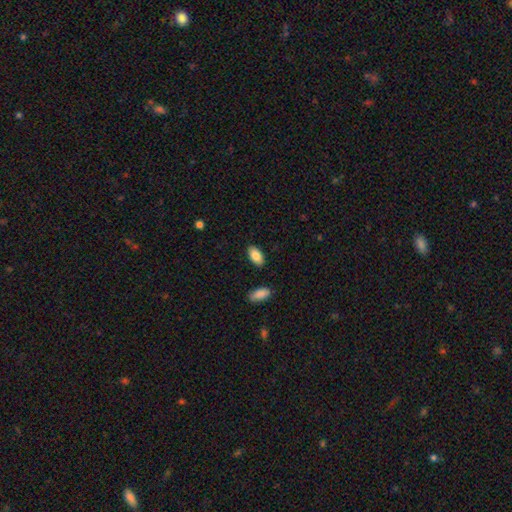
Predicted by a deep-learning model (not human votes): A smooth galaxy with no disk features (86%) that is in between round and cigar-shaped (94%). Merging: none (88%).